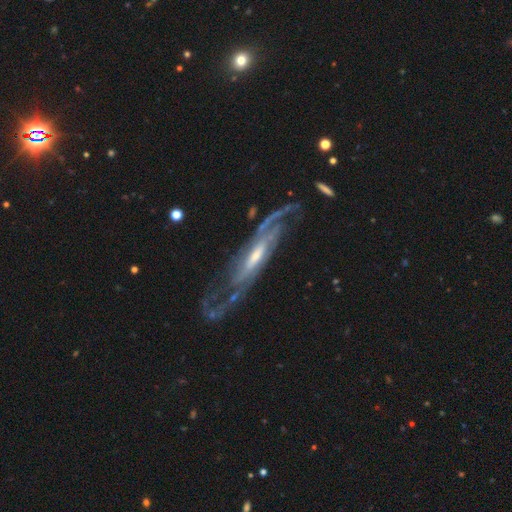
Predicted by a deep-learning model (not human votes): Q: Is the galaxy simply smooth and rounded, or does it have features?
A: featured or disk — 89%.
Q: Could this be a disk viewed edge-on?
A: no — 78%.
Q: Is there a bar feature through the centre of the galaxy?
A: weak — 40%.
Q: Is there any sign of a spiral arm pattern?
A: yes — 96%.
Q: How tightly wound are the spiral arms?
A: medium — 44%.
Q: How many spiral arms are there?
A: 2 — 59%.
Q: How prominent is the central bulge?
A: moderate — 45%.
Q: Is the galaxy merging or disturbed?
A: none — 66%.